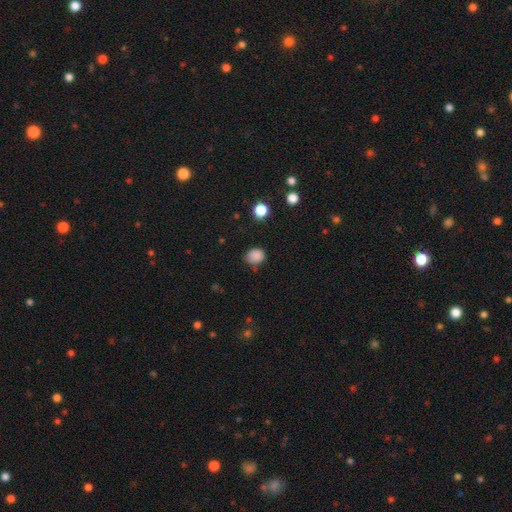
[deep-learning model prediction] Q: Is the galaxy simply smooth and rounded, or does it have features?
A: smooth — 85%.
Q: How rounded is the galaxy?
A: round — 62%.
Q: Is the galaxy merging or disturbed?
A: none — 69%.